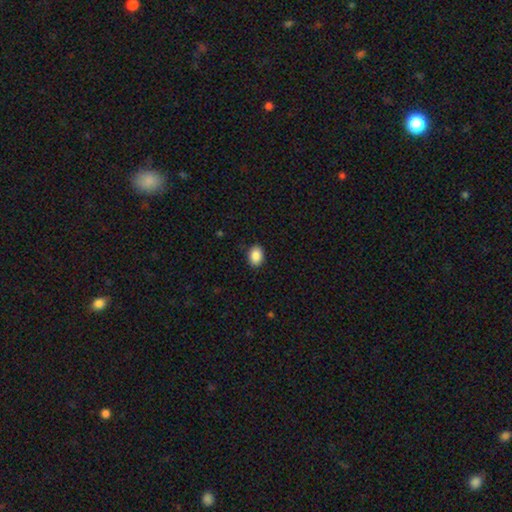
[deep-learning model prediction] This appears to be a smooth galaxy with no disk features (89%) that is in between round and cigar-shaped (78%). Merging: none (89%).